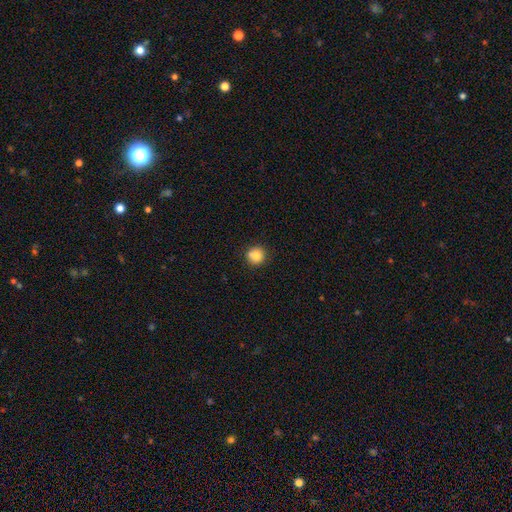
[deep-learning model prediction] smooth_or_featured: smooth (p=0.84) [alt: star or artifact p=0.10]
how_rounded: round (p=0.92) [alt: in between p=0.07]
merging: none (p=0.78) [alt: minor disturbance p=0.12]